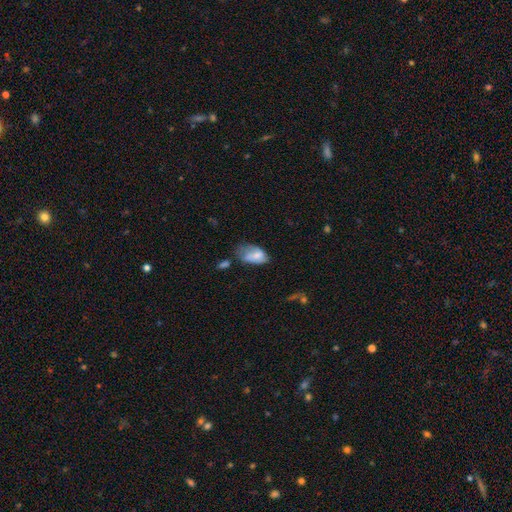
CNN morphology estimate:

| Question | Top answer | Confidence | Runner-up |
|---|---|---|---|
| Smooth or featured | smooth | 69% | featured or disk (23%) |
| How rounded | in between | 91% | round (7%) |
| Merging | minor disturbance | 36% | none (29%) |